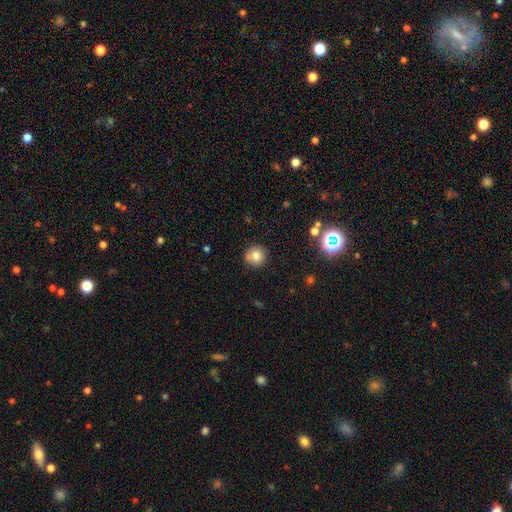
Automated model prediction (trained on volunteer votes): smooth 78%, star or artifact 13%, featured or disk 9%. Down the decision tree: how rounded — round (92%); merging — none (81%).